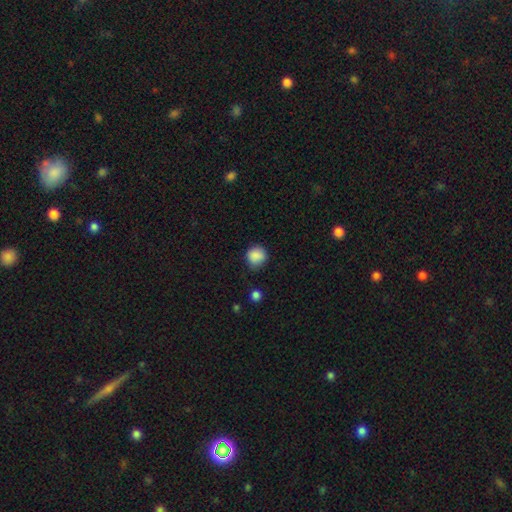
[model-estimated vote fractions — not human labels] Overall: smooth (88%). How rounded: round (88%). Merging: none (79%).